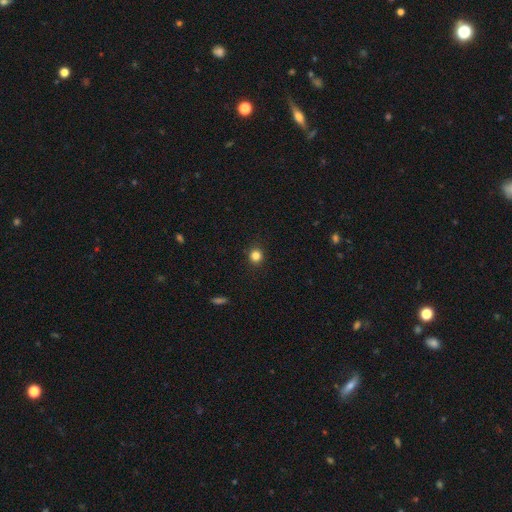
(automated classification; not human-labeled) Q: Smooth or featured?
A: smooth (83%); runner-up: star or artifact (13%)
Q: How rounded?
A: round (90%); runner-up: in between (9%)
Q: Merging?
A: none (91%); runner-up: minor disturbance (6%)